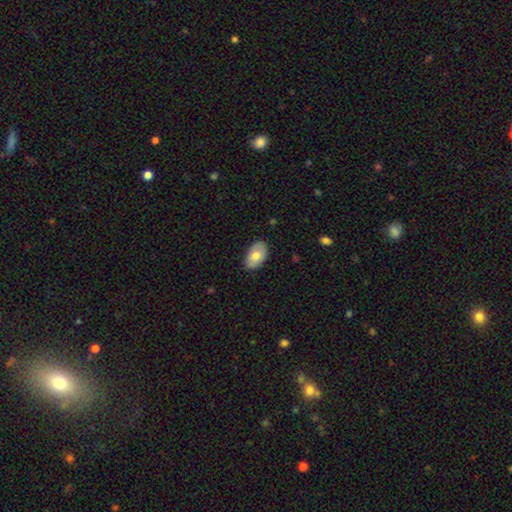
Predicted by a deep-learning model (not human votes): This is likely a smooth galaxy (71%). How rounded: clearly in between (93%). Merging: clearly none (83%).